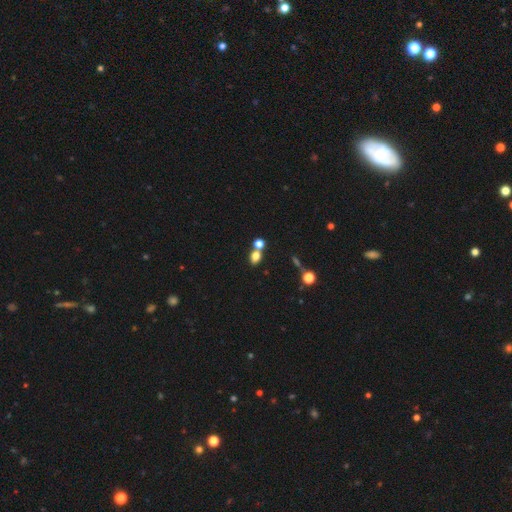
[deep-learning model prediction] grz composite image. It shows a smooth galaxy with no disk features (76%) that is in between round and cigar-shaped (65%). Merging: none (51%).